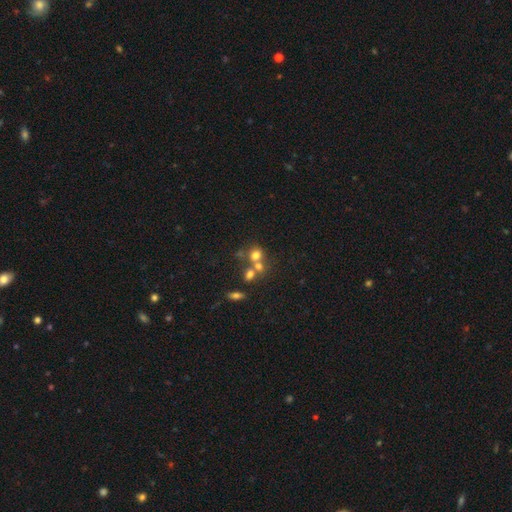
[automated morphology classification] Q: Smooth or featured?
A: smooth (66%); runner-up: featured or disk (17%)
Q: How rounded?
A: round (77%); runner-up: in between (21%)
Q: Merging?
A: merger (48%); runner-up: none (39%)